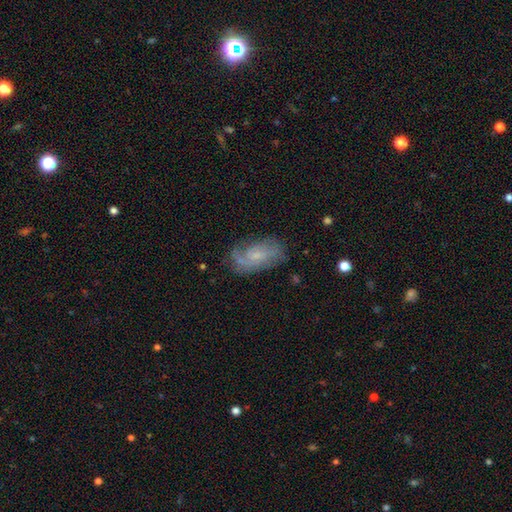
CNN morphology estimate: smooth-or-featured: featured or disk: 67% | smooth: 25% | star or artifact: 8%
  disk-edge-on: no: 95% | yes: 5%
    bar: no: 64% | weak: 32% | strong: 5%
    has-spiral-arms: yes: 87% | no: 13%
      spiral-winding: medium: 40% | tight: 39% | loose: 21%
      spiral-arm-count: 2: 37% | can't tell: 33% | 1: 14% | 3: 10% | 4: 4% | more than 4: 3%
    bulge-size: small: 67% | moderate: 19% | none: 11% | large: 2% | dominant: 1%
  merging: none: 65% | minor disturbance: 22% | major disturbance: 11% | merger: 2%